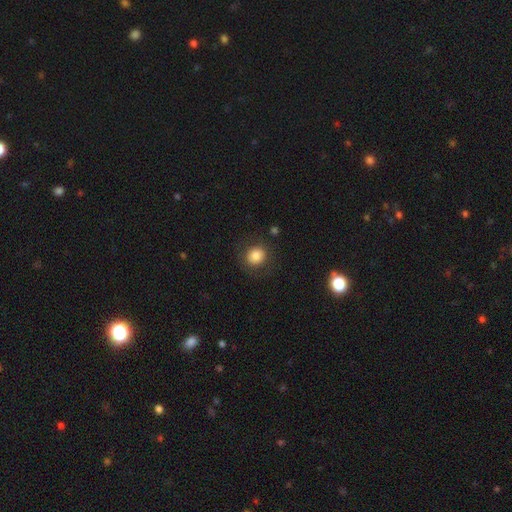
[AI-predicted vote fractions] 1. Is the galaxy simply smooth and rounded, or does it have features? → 82% smooth, 10% star or artifact, 8% featured or disk.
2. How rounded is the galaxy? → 82% round, 17% in between, 1% cigar-shaped.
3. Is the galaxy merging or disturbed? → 84% none, 9% minor disturbance, 5% major disturbance, 1% merger.